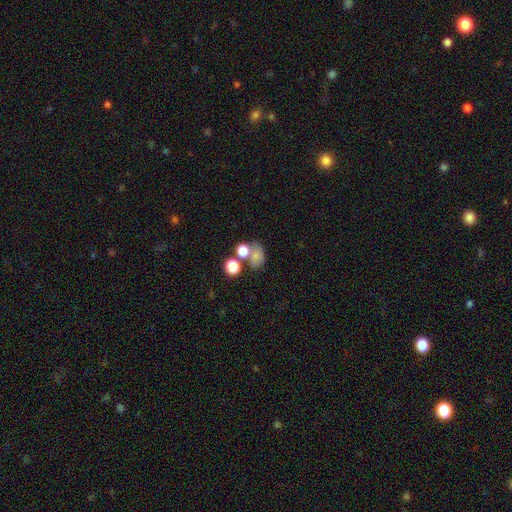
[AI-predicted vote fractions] Smooth or featured?
  - smooth: 73% *
  - star or artifact: 15%
  - featured or disk: 13%
How rounded?
  - in between: 58% *
  - round: 41%
  - cigar-shaped: 1%
Merging?
  - none: 42% *
  - merger: 35%
  - minor disturbance: 14%
  - major disturbance: 9%